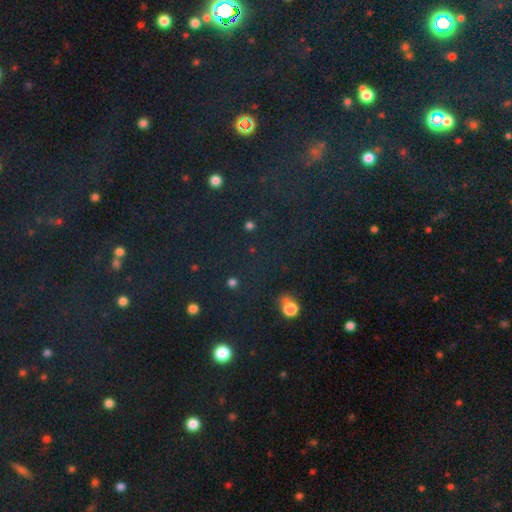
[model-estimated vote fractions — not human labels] Overall: star or artifact (71%).